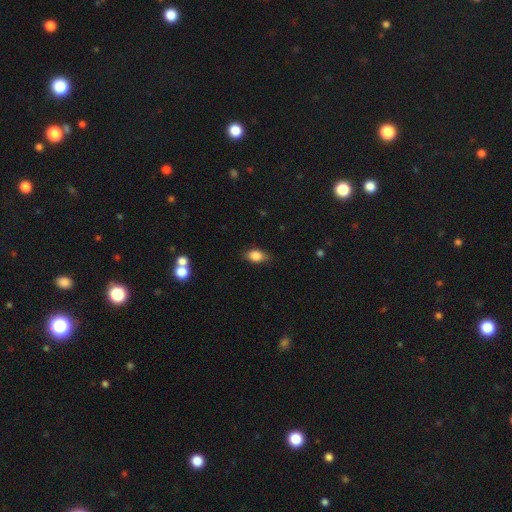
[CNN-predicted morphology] Smooth or featured: smooth — 84% (star or artifact — 8%)
How rounded: in between — 83% (round — 13%)
Merging: none — 77% (minor disturbance — 18%)